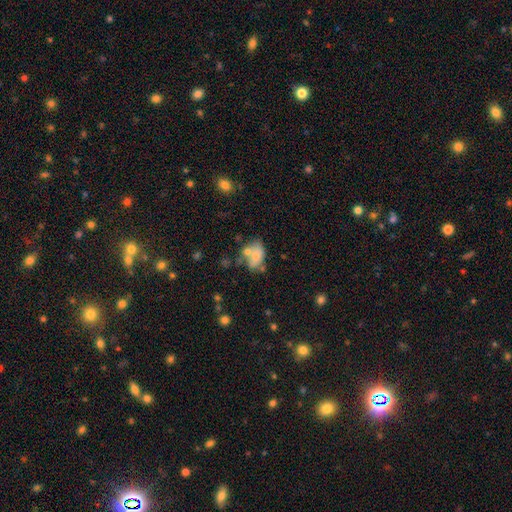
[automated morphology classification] The model was most divided on "merging": none: 34%, merger: 32%, minor disturbance: 21%, major disturbance: 13%. More confident: how rounded — in between (84%); smooth or featured — smooth (65%).